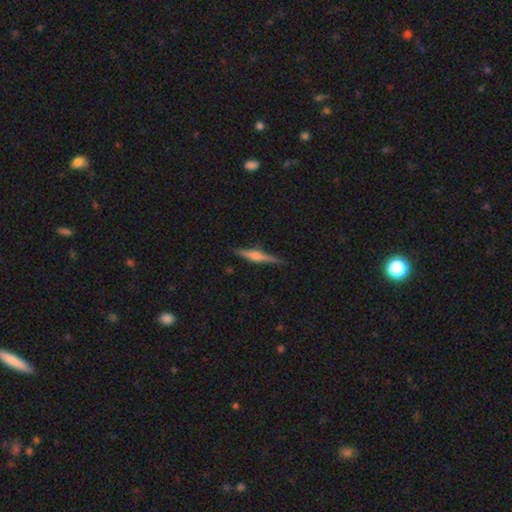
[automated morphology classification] smooth_or_featured: featured or disk (p=0.73) [alt: smooth p=0.21]
disk_edge_on: yes (p=0.98) [alt: no p=0.02]
edge_on_bulge: rounded (p=0.86) [alt: boxy p=0.08]
merging: none (p=0.88) [alt: minor disturbance p=0.09]